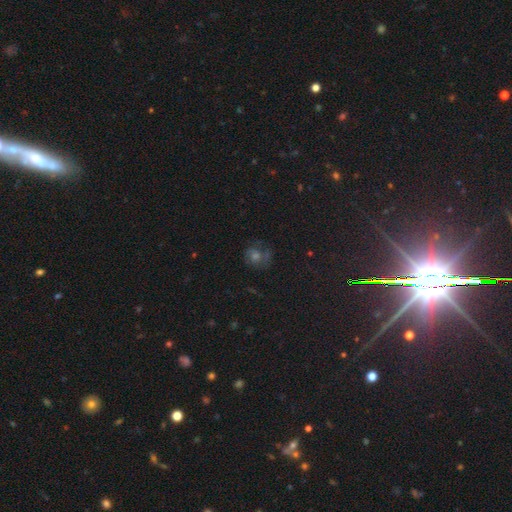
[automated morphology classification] star or artifact 35%, featured or disk 33%, smooth 32%.